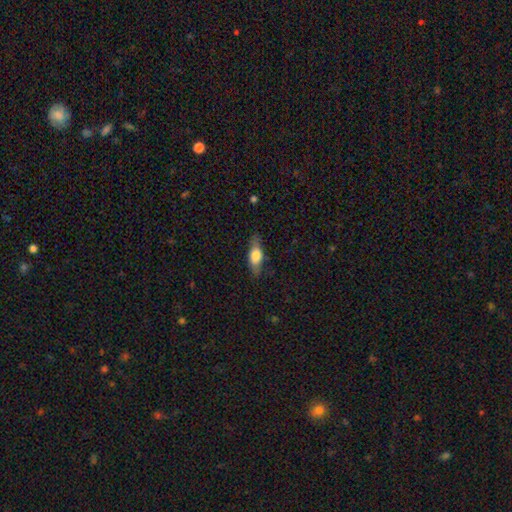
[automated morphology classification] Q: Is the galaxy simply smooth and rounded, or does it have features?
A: smooth — 66%.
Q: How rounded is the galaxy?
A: in between — 68%.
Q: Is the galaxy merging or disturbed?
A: none — 78%.